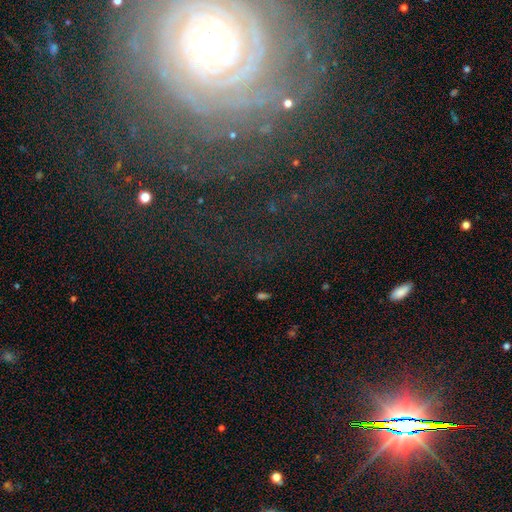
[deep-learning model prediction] This is likely a featured or disk galaxy (72%). It is clearly not viewed edge-on (94%). Bar: likely no (67%). Spiral arm pattern: clearly yes (90%). Spiral arm count: marginally can't tell (31%). Spiral winding: likely tight (77%). Central bulge: possibly moderate (47%). Merging: likely none (72%).